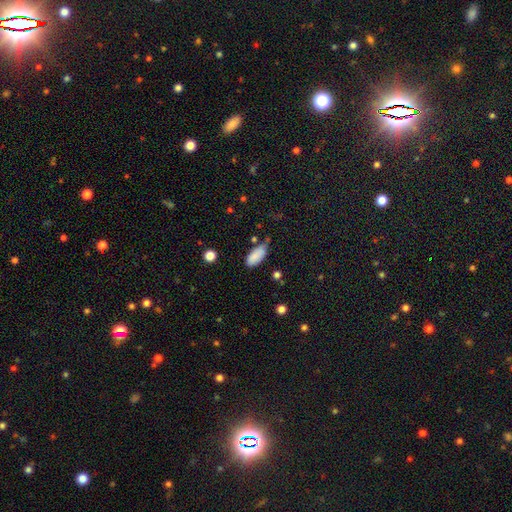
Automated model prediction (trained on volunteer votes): smooth-or-featured: smooth: 87% | star or artifact: 7% | featured or disk: 5%
  how-rounded: in between: 89% | cigar-shaped: 9% | round: 2%
  merging: none: 65% | minor disturbance: 26% | major disturbance: 5% | merger: 5%